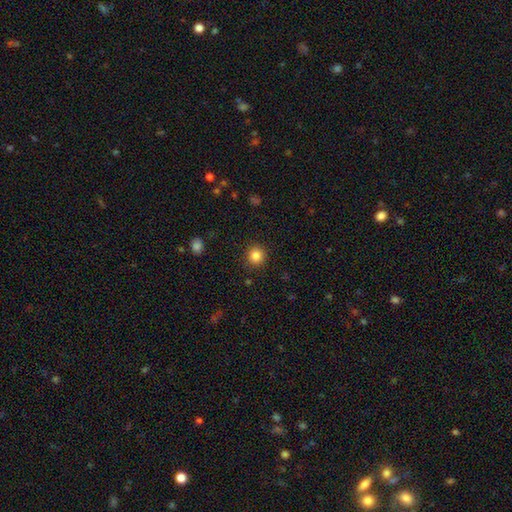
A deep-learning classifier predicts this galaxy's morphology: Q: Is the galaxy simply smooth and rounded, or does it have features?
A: smooth — 84%.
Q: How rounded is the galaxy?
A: round — 92%.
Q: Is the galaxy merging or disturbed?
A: none — 90%.